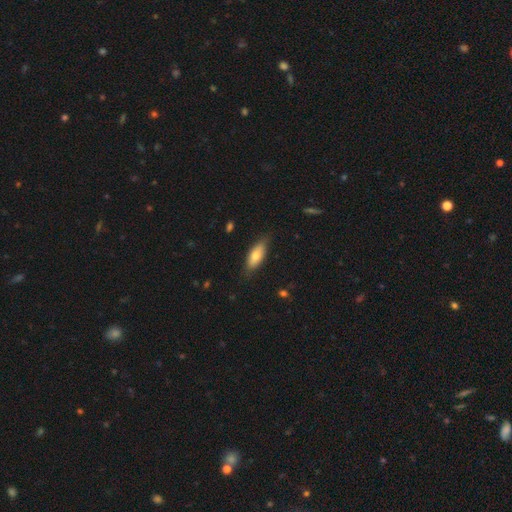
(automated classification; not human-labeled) The model was most divided on "how rounded": in between: 75%, cigar-shaped: 23%, round: 2%. More confident: merging — none (80%); smooth or featured — smooth (76%).